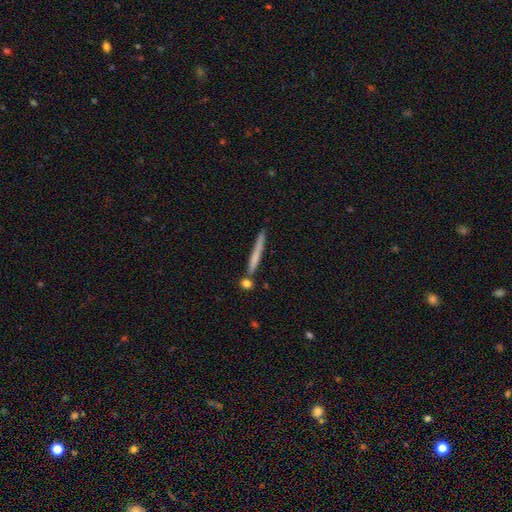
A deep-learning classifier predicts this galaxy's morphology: Smooth or featured?
  - smooth: 61% *
  - featured or disk: 32%
  - star or artifact: 7%
How rounded?
  - cigar-shaped: 96% *
  - in between: 3%
  - round: 2%
Merging?
  - none: 77% *
  - minor disturbance: 12%
  - merger: 9%
  - major disturbance: 3%